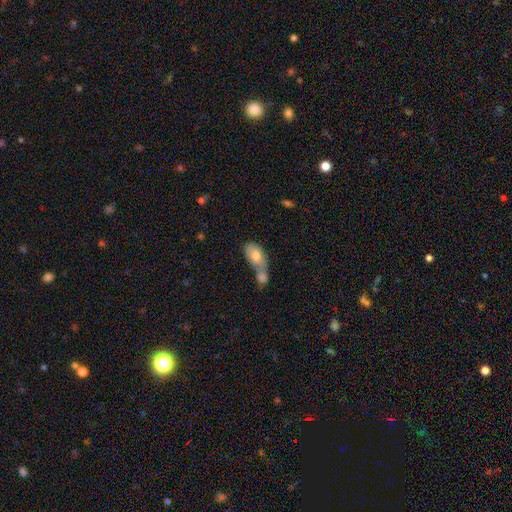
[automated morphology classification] Smooth or featured? Predicted: smooth (p=0.70). How rounded? Predicted: in between (p=0.88). Merging? Predicted: merger (p=0.69).